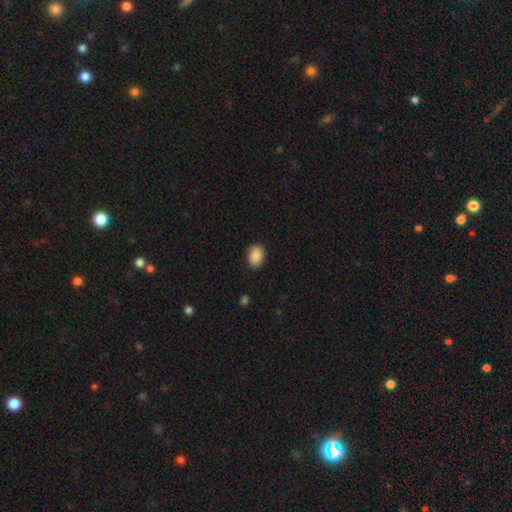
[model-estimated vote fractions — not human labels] smooth_or_featured: smooth (p=0.89) [alt: star or artifact p=0.08]
how_rounded: in between (p=0.76) [alt: round p=0.23]
merging: none (p=0.86) [alt: minor disturbance p=0.11]